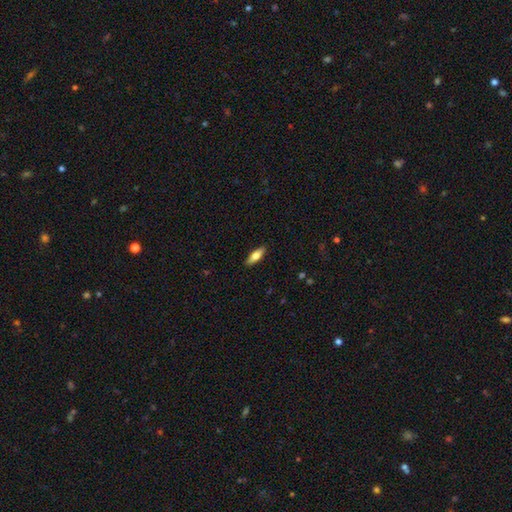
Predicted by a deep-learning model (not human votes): smooth-or-featured: smooth: 63% | featured or disk: 31% | star or artifact: 6%
  how-rounded: in between: 55% | cigar-shaped: 42% | round: 2%
  merging: none: 89% | minor disturbance: 8% | major disturbance: 2% | merger: 1%